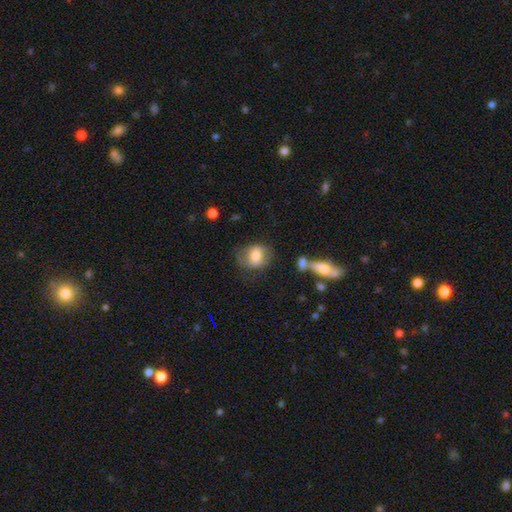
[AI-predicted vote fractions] This is likely a smooth galaxy (69%). How rounded: possibly round (51%). Merging: likely none (61%).